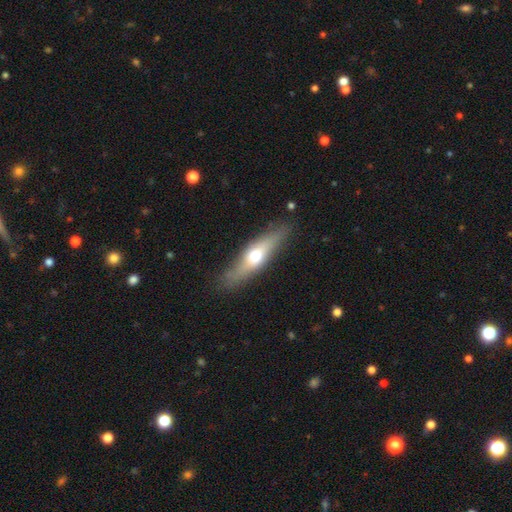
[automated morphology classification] smooth-or-featured: featured or disk: 49% | smooth: 45% | star or artifact: 6%
  merging: none: 83% | minor disturbance: 12% | major disturbance: 3% | merger: 1%